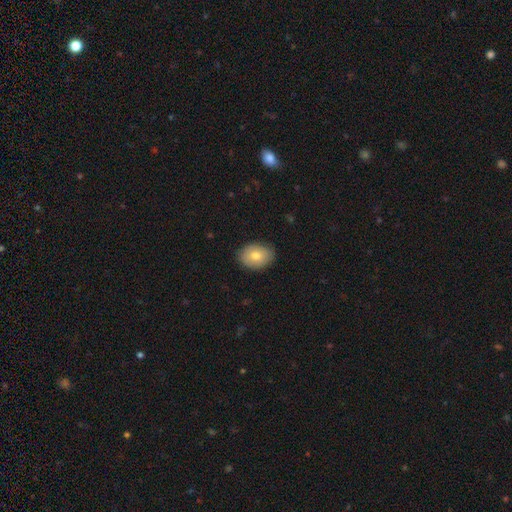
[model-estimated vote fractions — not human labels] smooth 76%, featured or disk 17%, star or artifact 8%. Down the decision tree: how rounded — in between (65%); merging — none (86%).